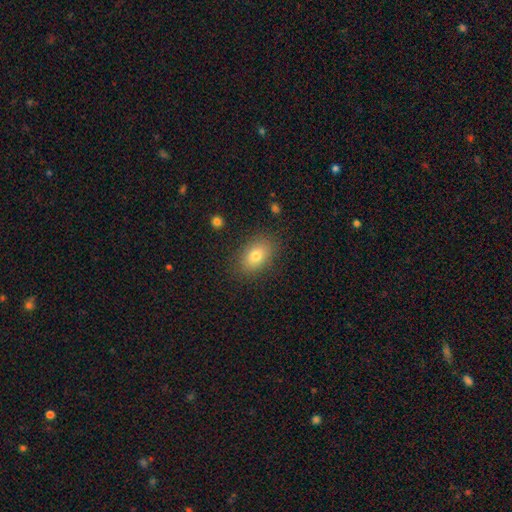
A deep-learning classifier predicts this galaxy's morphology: smooth 78%, featured or disk 13%, star or artifact 10%. Down the decision tree: how rounded — in between (85%); merging — none (85%).